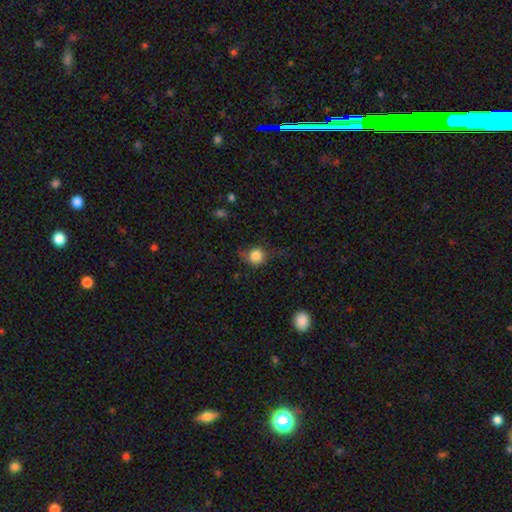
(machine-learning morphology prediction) This appears to be a smooth galaxy with no disk features (82%) that is round (84%). Merging: none (63%).